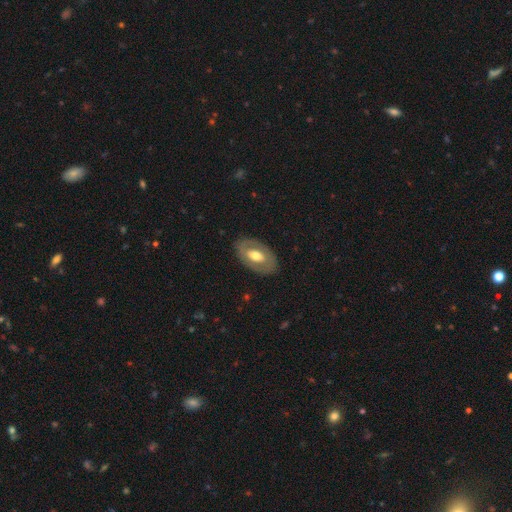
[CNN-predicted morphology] Q: Smooth or featured?
A: featured or disk (48%); runner-up: smooth (47%)
Q: Merging?
A: none (83%); runner-up: minor disturbance (12%)